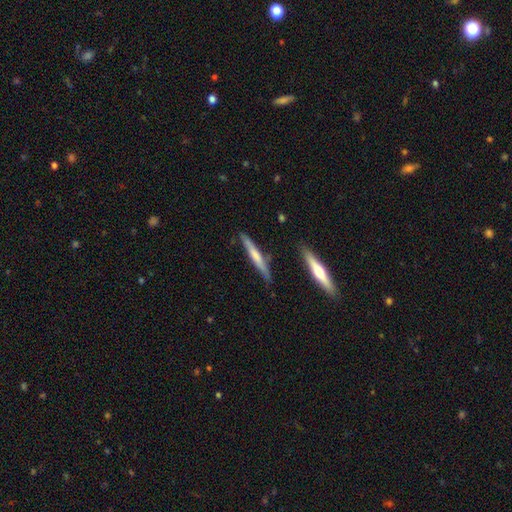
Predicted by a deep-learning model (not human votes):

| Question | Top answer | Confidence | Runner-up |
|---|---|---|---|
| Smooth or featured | smooth | 51% | featured or disk (44%) |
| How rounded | cigar-shaped | 94% | in between (5%) |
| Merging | none | 81% | minor disturbance (13%) |